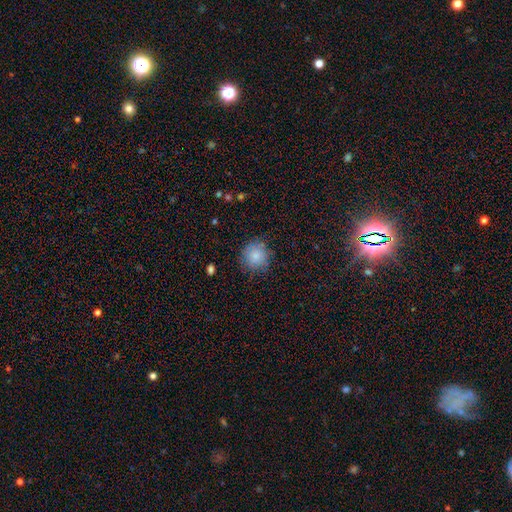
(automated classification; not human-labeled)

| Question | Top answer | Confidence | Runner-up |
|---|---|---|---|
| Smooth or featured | smooth | 83% | star or artifact (9%) |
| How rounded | round | 93% | in between (6%) |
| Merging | none | 80% | minor disturbance (15%) |